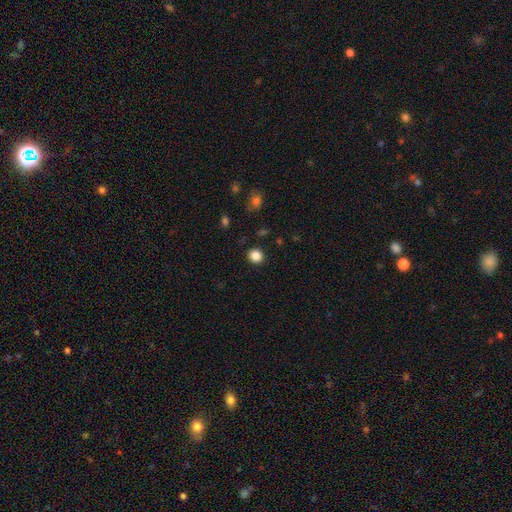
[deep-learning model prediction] Overall: smooth (86%). How rounded: round (83%). Merging: none (90%).